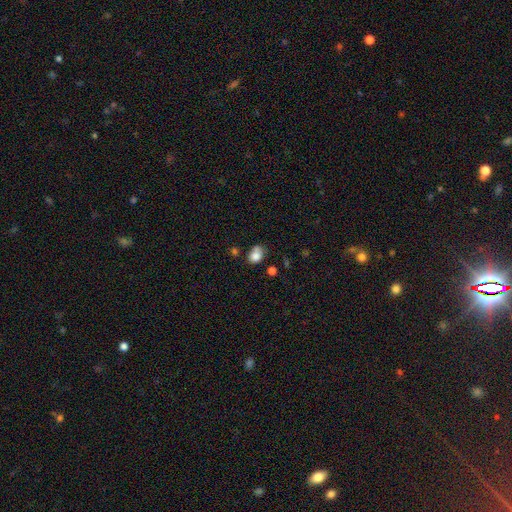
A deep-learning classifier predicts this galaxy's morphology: This is clearly a smooth galaxy (80%). How rounded: possibly in between (56%). Merging: possibly none (47%).